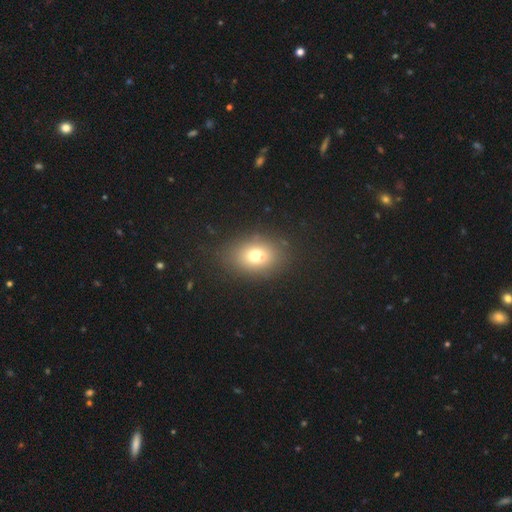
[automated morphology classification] smooth 73%, star or artifact 14%, featured or disk 14%. Down the decision tree: how rounded — in between (68%); merging — none (82%).